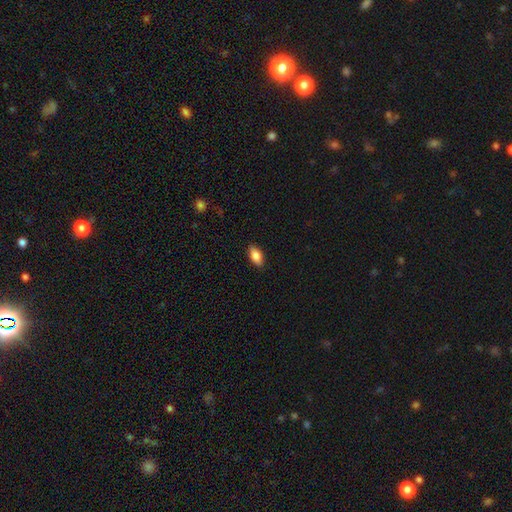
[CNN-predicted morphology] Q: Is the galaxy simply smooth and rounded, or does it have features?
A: smooth — 80%.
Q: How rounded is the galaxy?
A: in between — 87%.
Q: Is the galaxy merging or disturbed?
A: none — 88%.